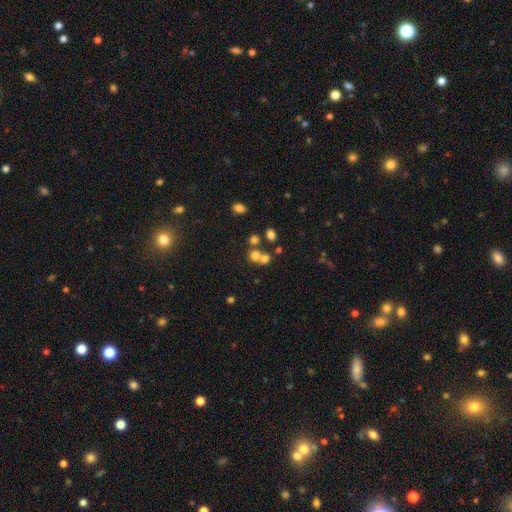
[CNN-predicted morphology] Smooth or featured? smooth (68%)
How rounded? round (81%)
Merging? merger (46%)